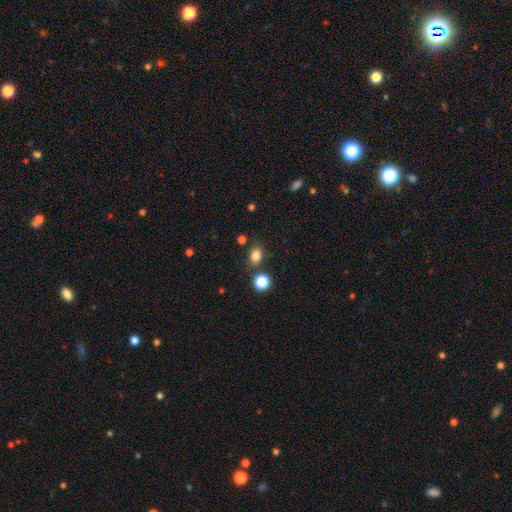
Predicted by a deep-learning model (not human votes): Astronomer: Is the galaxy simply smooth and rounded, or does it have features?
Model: smooth — 82%.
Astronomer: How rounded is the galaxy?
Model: in between — 64%.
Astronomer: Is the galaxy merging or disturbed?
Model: none — 78%.